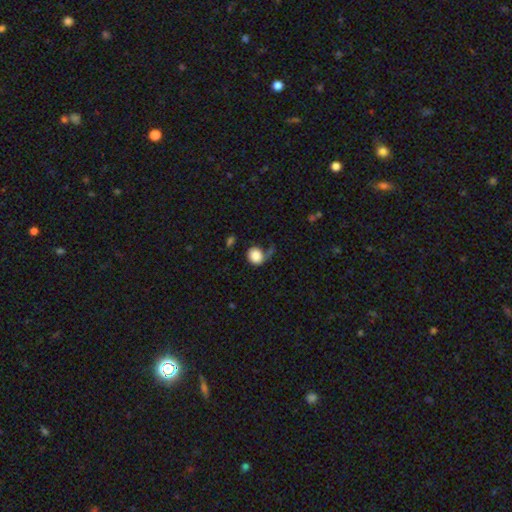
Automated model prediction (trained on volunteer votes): Q: Smooth or featured?
A: smooth (84%); runner-up: featured or disk (8%)
Q: How rounded?
A: round (78%); runner-up: in between (22%)
Q: Merging?
A: none (50%); runner-up: minor disturbance (23%)